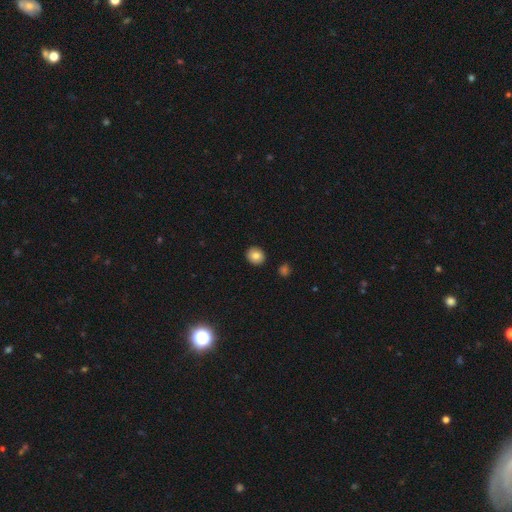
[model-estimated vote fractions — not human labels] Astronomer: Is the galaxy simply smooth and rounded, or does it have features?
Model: smooth — 82%.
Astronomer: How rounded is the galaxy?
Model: round — 80%.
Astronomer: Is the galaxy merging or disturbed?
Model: none — 91%.